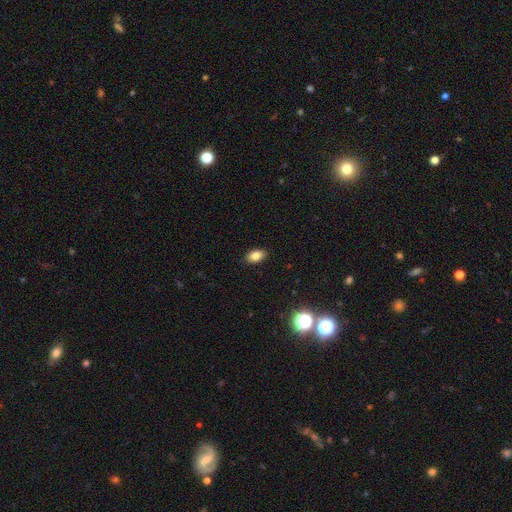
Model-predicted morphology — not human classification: smooth-or-featured: smooth: 84% | star or artifact: 9% | featured or disk: 7%
  how-rounded: in between: 90% | round: 7% | cigar-shaped: 2%
  merging: none: 88% | minor disturbance: 9% | major disturbance: 2% | merger: 1%